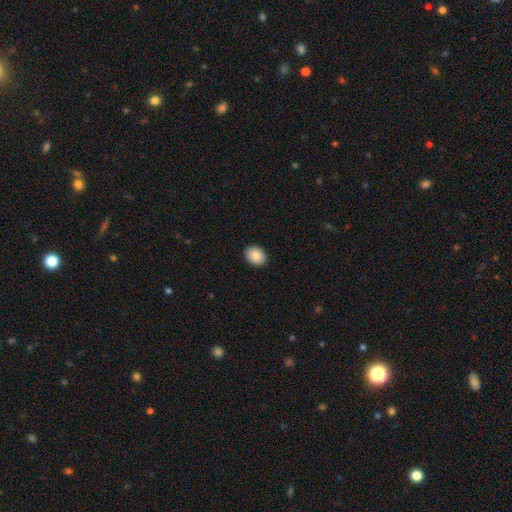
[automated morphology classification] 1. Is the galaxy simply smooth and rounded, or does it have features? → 88% smooth, 7% star or artifact, 5% featured or disk.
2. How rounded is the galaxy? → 65% in between, 34% round, 1% cigar-shaped.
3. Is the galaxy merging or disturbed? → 91% none, 7% minor disturbance, 2% major disturbance, 1% merger.